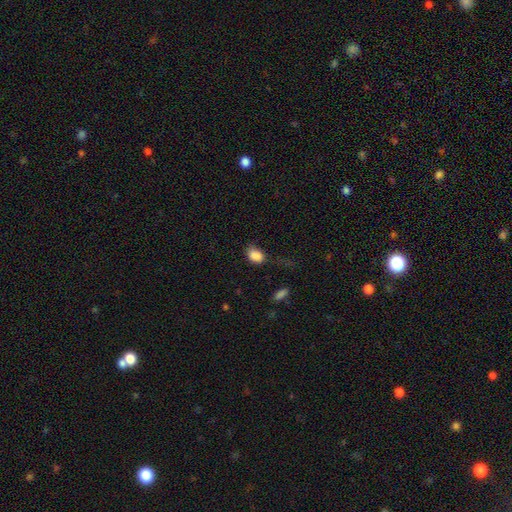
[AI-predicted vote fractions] smooth_or_featured: smooth (p=0.86) [alt: star or artifact p=0.09]
how_rounded: in between (p=0.81) [alt: round p=0.17]
merging: none (p=0.49) [alt: minor disturbance p=0.30]